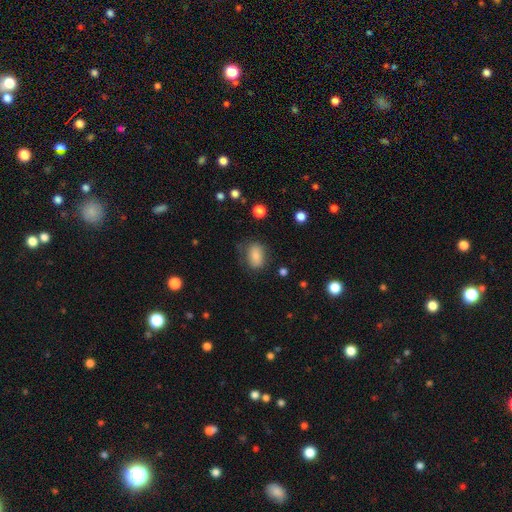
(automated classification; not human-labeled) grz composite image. It shows a smooth galaxy with no disk features (79%) that is in between round and cigar-shaped (76%). Merging: none (66%).